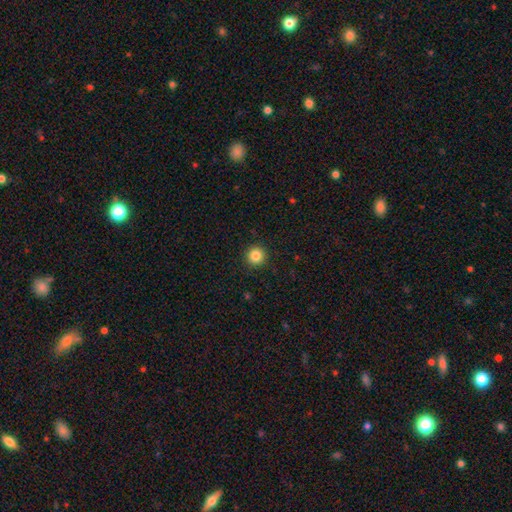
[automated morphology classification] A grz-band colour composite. It shows a smooth galaxy with no disk features (84%) that is round (96%). Merging: none (93%).